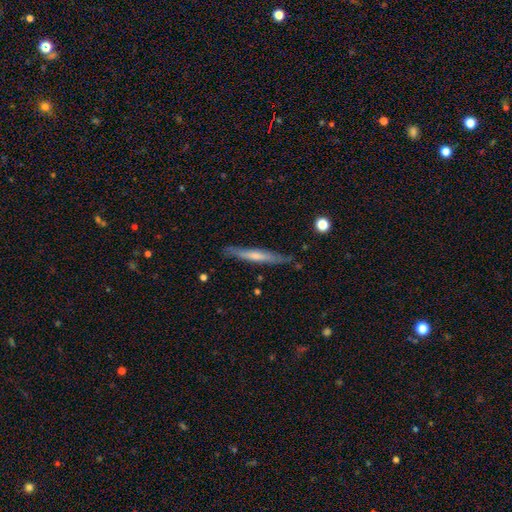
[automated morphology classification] This is possibly a featured or disk galaxy (48%). Merging: clearly none (81%).